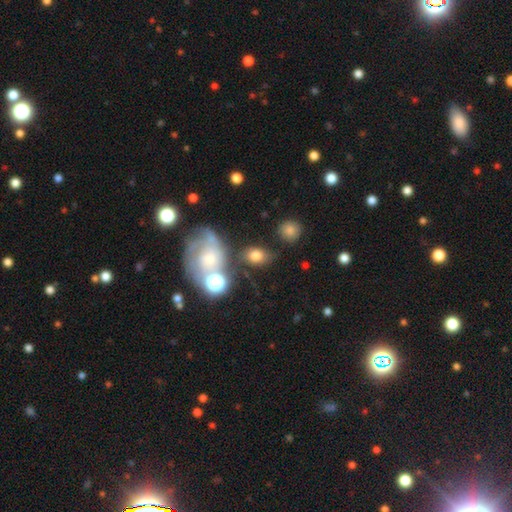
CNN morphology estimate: smooth 71%, featured or disk 17%, star or artifact 12%. Down the decision tree: how rounded — in between (69%); merging — none (64%).